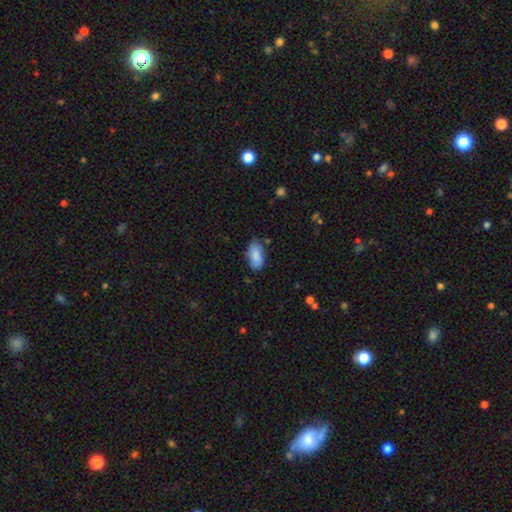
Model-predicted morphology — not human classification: smooth_or_featured: smooth (p=0.84) [alt: featured or disk p=0.10]
how_rounded: in between (p=0.93) [alt: cigar-shaped p=0.05]
merging: none (p=0.72) [alt: minor disturbance p=0.21]